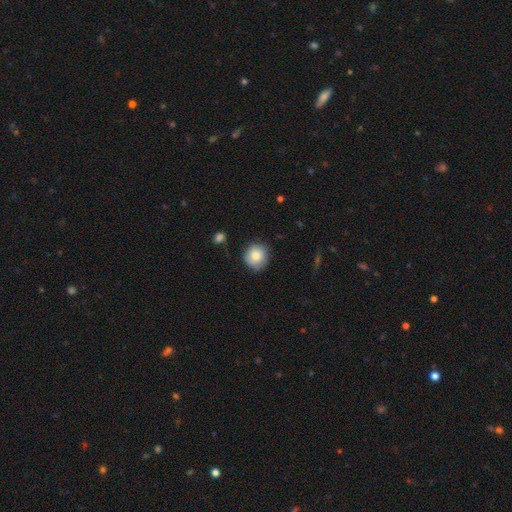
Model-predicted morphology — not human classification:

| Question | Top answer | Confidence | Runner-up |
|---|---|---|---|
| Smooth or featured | smooth | 83% | featured or disk (10%) |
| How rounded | round | 89% | in between (10%) |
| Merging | none | 79% | minor disturbance (17%) |